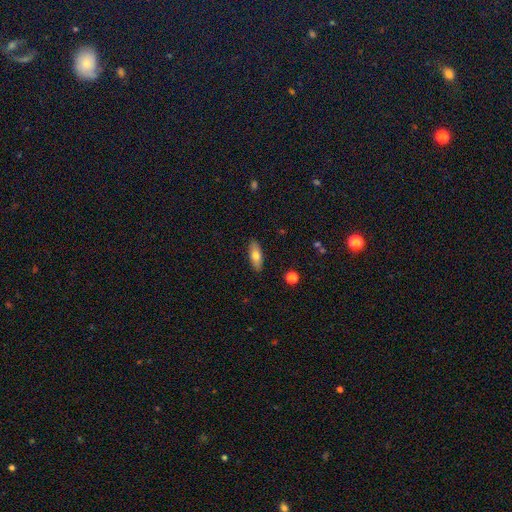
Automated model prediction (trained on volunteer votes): Smooth or featured? Predicted: smooth (p=0.70). How rounded? Predicted: in between (p=0.73). Merging? Predicted: none (p=0.88).